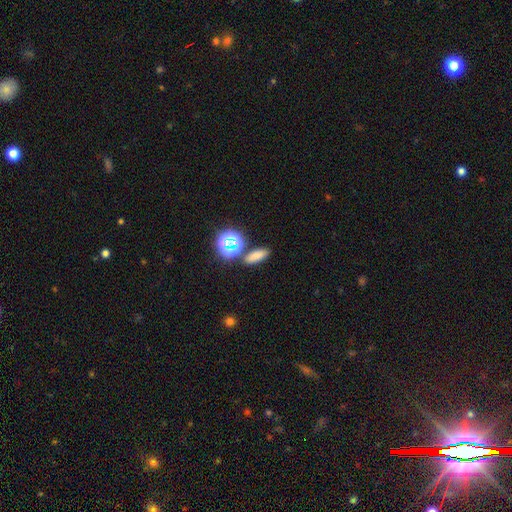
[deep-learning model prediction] Smooth or featured: smooth — 72% (star or artifact — 21%)
How rounded: in between — 69% (cigar-shaped — 17%)
Merging: none — 79% (minor disturbance — 9%)